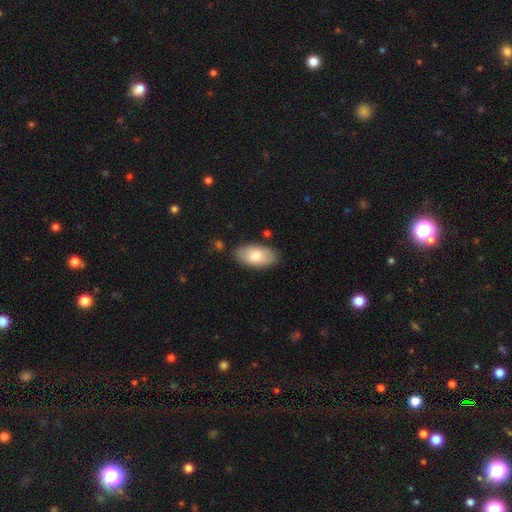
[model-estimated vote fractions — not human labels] The model was most divided on "smooth or featured": smooth: 79%, featured or disk: 15%, star or artifact: 6%. More confident: how rounded — in between (94%); merging — none (80%).